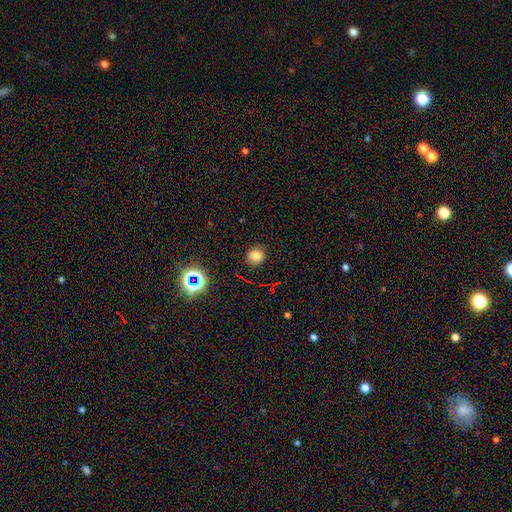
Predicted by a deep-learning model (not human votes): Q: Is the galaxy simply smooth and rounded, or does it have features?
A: smooth — 76%.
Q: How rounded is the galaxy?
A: round — 78%.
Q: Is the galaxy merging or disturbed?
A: none — 86%.